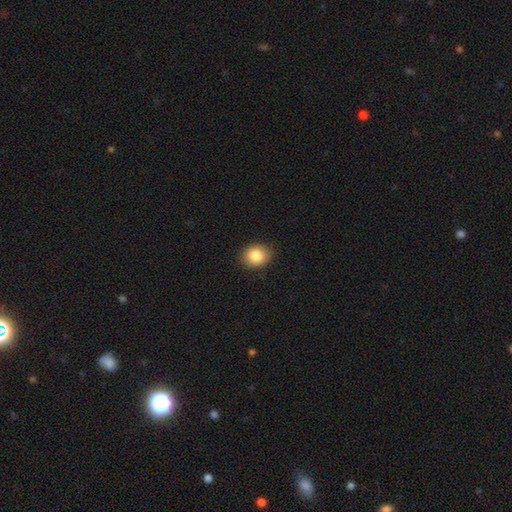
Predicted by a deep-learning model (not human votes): The model was most divided on "how rounded": round: 53%, in between: 46%, cigar-shaped: 1%. More confident: merging — none (87%); smooth or featured — smooth (86%).